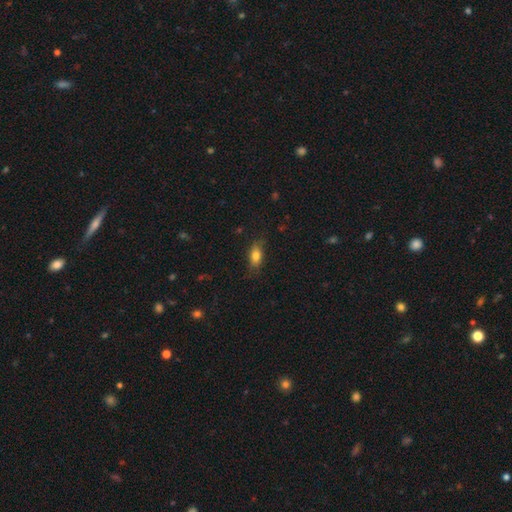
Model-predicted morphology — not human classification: Smooth or featured? smooth (78%)
How rounded? in between (83%)
Merging? none (73%)